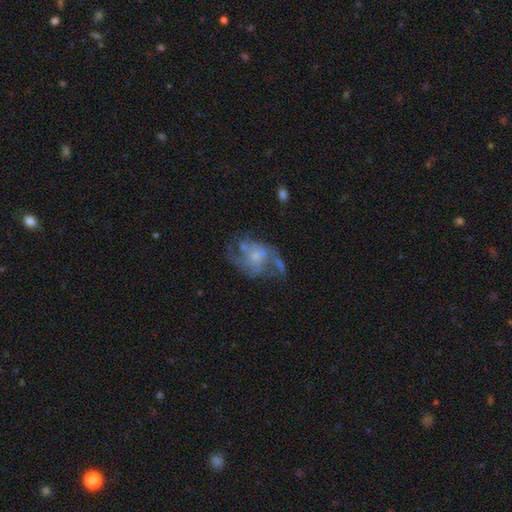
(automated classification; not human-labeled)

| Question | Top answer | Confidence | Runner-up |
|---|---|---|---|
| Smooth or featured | featured or disk | 73% | smooth (18%) |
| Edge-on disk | no | 98% | yes (2%) |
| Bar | no | 75% | weak (21%) |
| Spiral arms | yes | 68% | no (32%) |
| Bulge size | small | 53% | moderate (27%) |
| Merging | none | 42% | major disturbance (29%) |